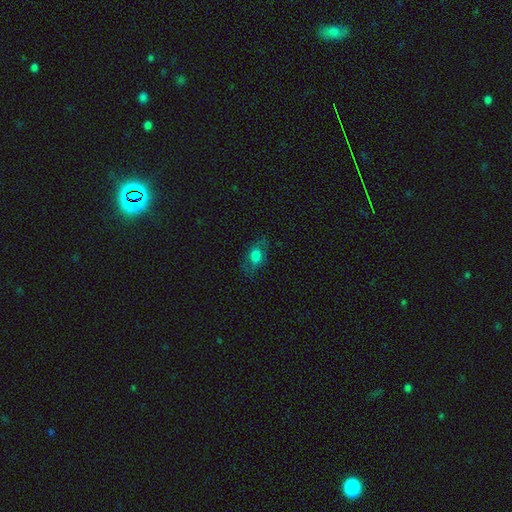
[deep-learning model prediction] Smooth or featured?
  - smooth: 60% *
  - featured or disk: 27%
  - star or artifact: 12%
How rounded?
  - in between: 78% *
  - round: 18%
  - cigar-shaped: 4%
Merging?
  - none: 70% *
  - minor disturbance: 18%
  - major disturbance: 11%
  - merger: 1%